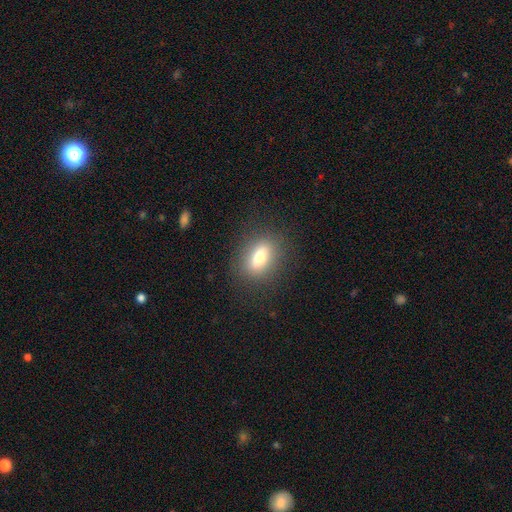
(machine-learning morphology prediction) Smooth or featured? smooth (71%)
How rounded? in between (69%)
Merging? none (88%)